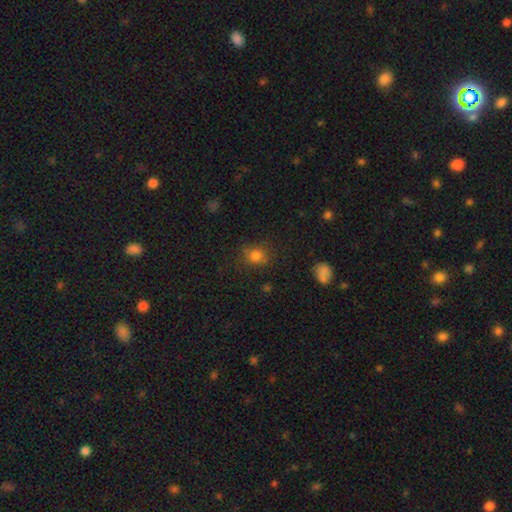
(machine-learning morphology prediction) Q: Smooth or featured?
A: smooth (76%); runner-up: star or artifact (16%)
Q: How rounded?
A: round (76%); runner-up: in between (23%)
Q: Merging?
A: none (75%); runner-up: minor disturbance (16%)